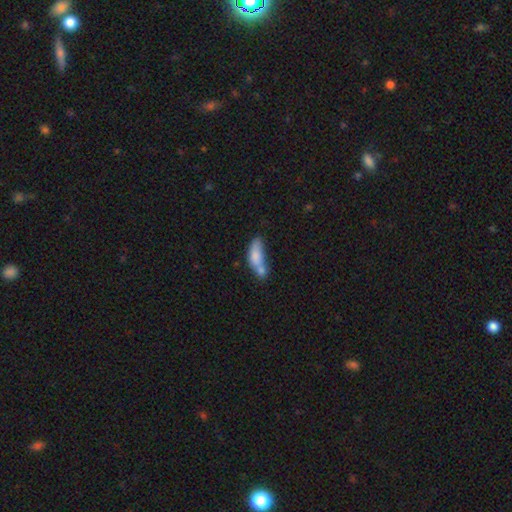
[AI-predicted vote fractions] Smooth or featured: smooth — 74% (featured or disk — 18%)
How rounded: in between — 70% (cigar-shaped — 27%)
Merging: merger — 47% (none — 27%)